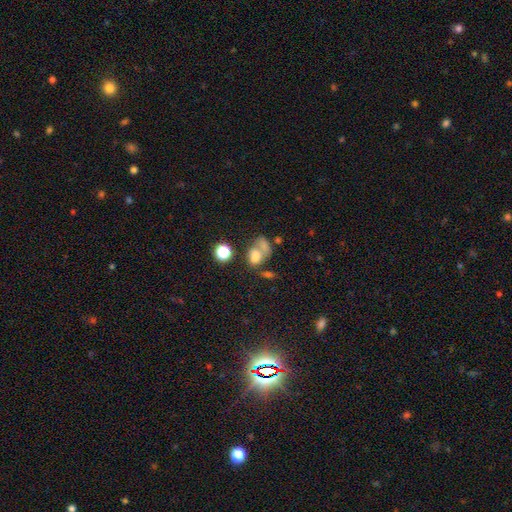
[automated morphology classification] A smooth galaxy with no disk features (63%) that is in between round and cigar-shaped (64%). Merging: merger (46%).